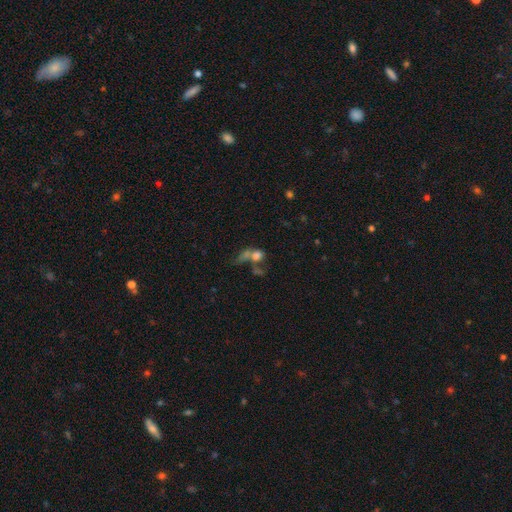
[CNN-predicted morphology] smooth-or-featured: smooth: 59% | featured or disk: 22% | star or artifact: 19%
  how-rounded: in between: 50% | round: 44% | cigar-shaped: 6%
  merging: merger: 49% | none: 23% | major disturbance: 19% | minor disturbance: 9%